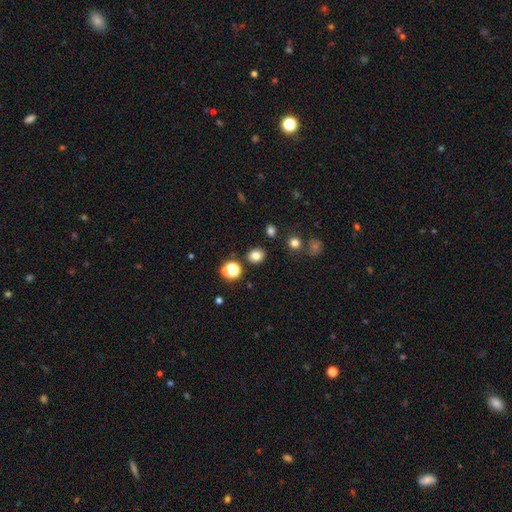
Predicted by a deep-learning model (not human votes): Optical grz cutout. It shows a smooth galaxy with no disk features (78%) that is round (69%). Merging: none (86%).